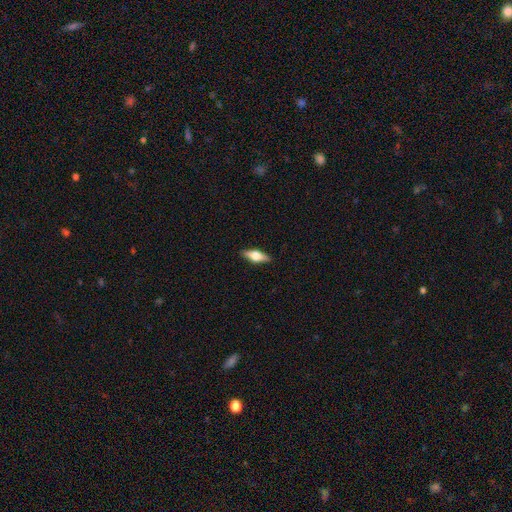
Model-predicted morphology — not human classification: Smooth or featured?
  - smooth: 48% *
  - featured or disk: 45%
  - star or artifact: 7%
Merging?
  - none: 89% *
  - minor disturbance: 8%
  - major disturbance: 2%
  - merger: 1%